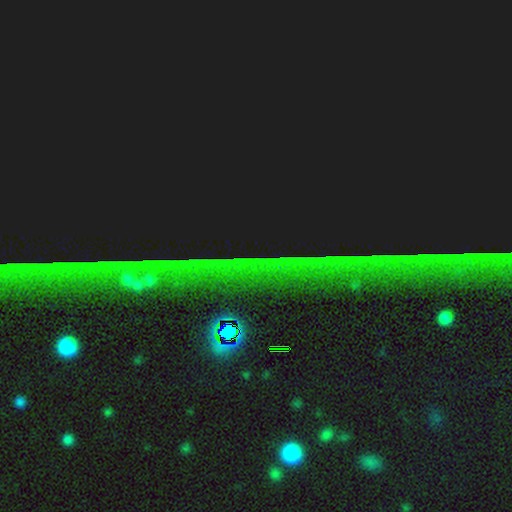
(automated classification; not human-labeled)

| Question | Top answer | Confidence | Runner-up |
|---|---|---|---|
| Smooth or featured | star or artifact | 85% | smooth (8%) |